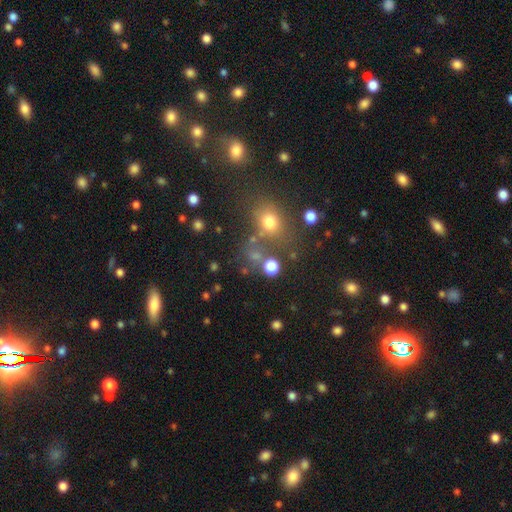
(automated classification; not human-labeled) smooth_or_featured: smooth (p=0.61) [alt: star or artifact p=0.29]
how_rounded: round (p=0.70) [alt: in between p=0.28]
merging: none (p=0.65) [alt: merger p=0.16]